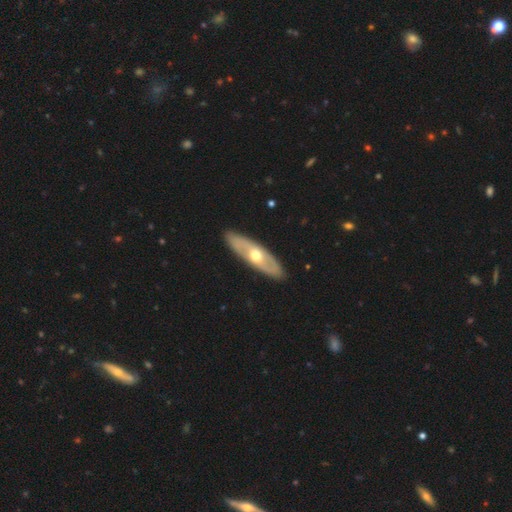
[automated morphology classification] This is likely a featured or disk galaxy (62%). It is likely not viewed edge-on (66%). Merging: clearly none (88%).